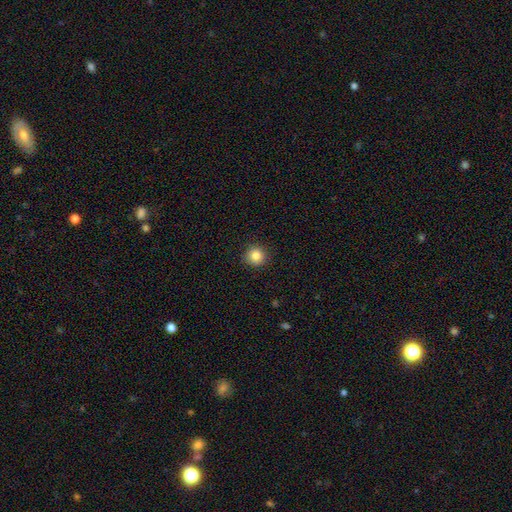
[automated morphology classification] smooth 84%, star or artifact 11%, featured or disk 5%. Down the decision tree: how rounded — round (93%); merging — none (91%).